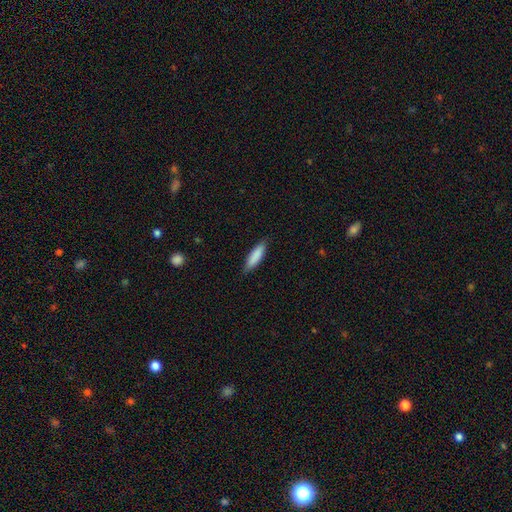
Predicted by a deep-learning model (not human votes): Smooth or featured? smooth (86%)
How rounded? cigar-shaped (65%)
Merging? none (85%)